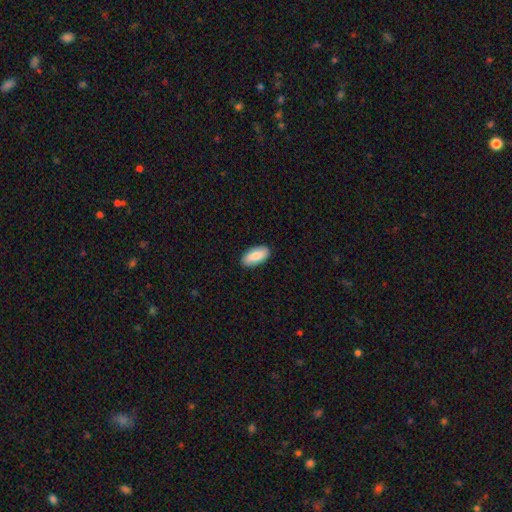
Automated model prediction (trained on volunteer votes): smooth_or_featured: smooth (p=0.84) [alt: featured or disk p=0.10]
how_rounded: in between (p=0.91) [alt: cigar-shaped p=0.07]
merging: none (p=0.87) [alt: minor disturbance p=0.10]